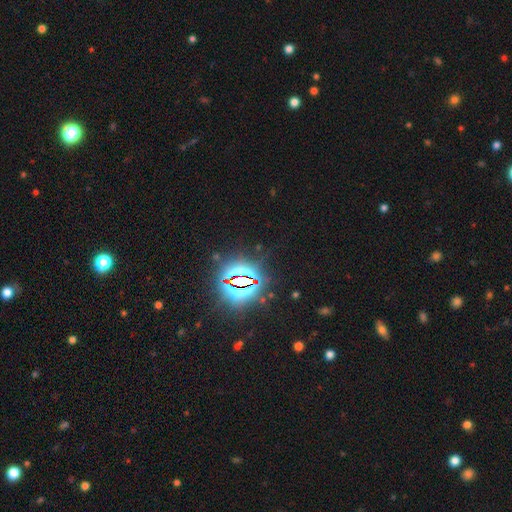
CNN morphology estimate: The model was most divided on "smooth or featured": star or artifact: 84%, smooth: 9%, featured or disk: 7%.